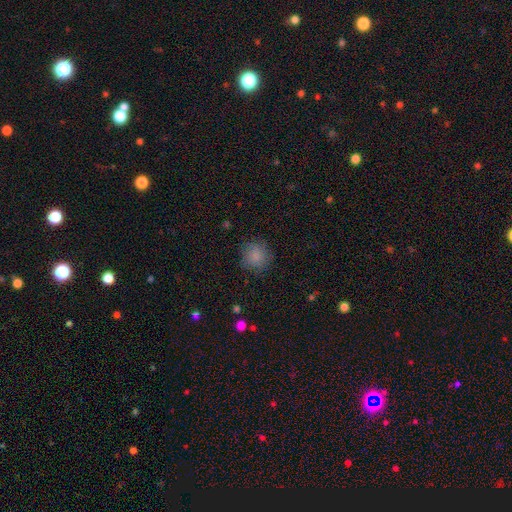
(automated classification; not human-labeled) Smooth or featured: smooth — 85% (star or artifact — 10%)
How rounded: round — 91% (in between — 8%)
Merging: none — 81% (minor disturbance — 13%)